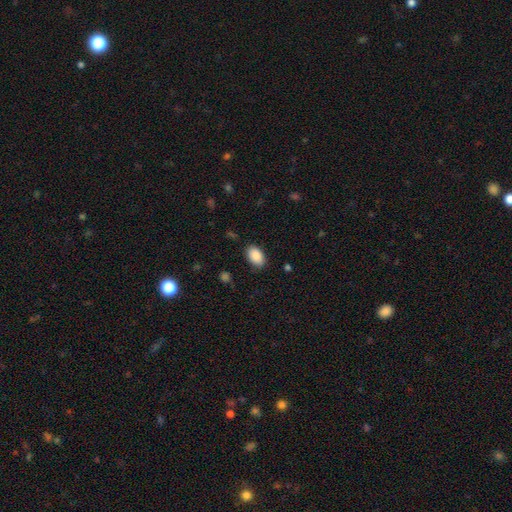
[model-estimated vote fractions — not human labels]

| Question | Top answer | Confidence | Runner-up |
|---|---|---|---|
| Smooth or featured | smooth | 90% | star or artifact (7%) |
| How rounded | in between | 91% | round (8%) |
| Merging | none | 86% | minor disturbance (11%) |